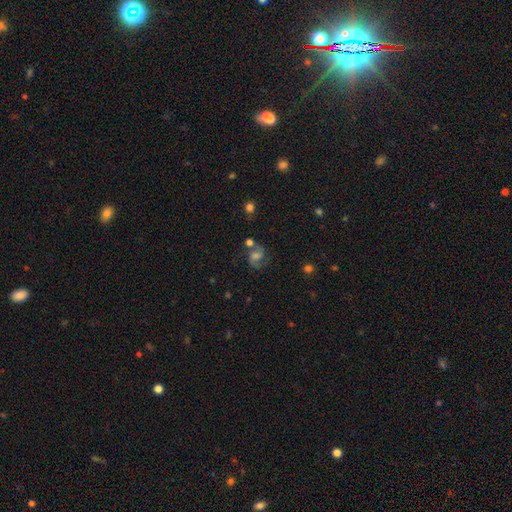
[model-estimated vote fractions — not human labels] Smooth or featured? Predicted: featured or disk (p=0.68). Edge-on disk? Predicted: no (p=0.98). Bar? Predicted: no (p=0.49). Spiral arms? Predicted: yes (p=0.93). Spiral winding? Predicted: medium (p=0.55). Spiral arm count? Predicted: 2 (p=0.86). Bulge size? Predicted: moderate (p=0.49). Merging? Predicted: none (p=0.62).